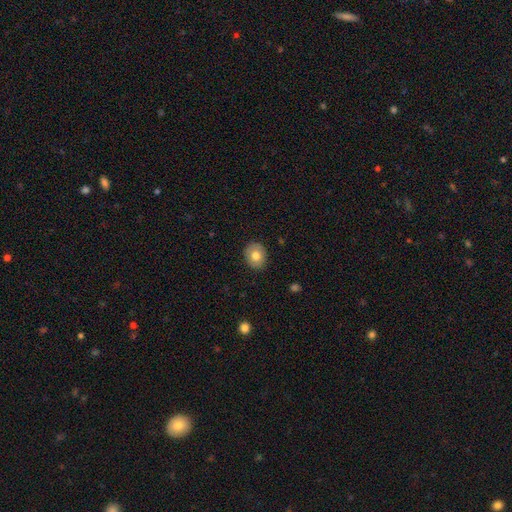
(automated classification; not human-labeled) Smooth or featured? Predicted: smooth (p=0.73). How rounded? Predicted: round (p=0.63). Merging? Predicted: none (p=0.88).